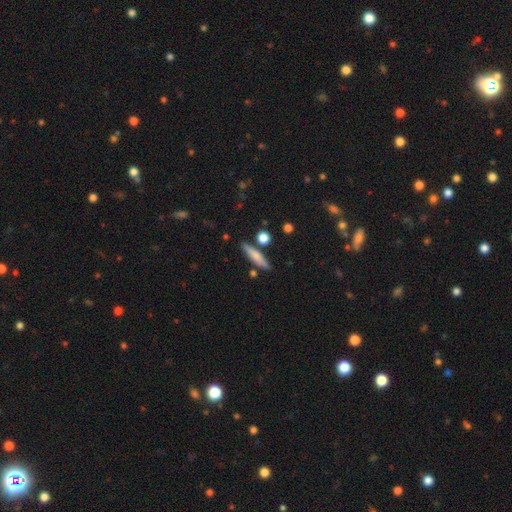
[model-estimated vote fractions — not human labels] Morphology: type=smooth (69%); roundness=cigar-shaped (82%); merging=none (80%).